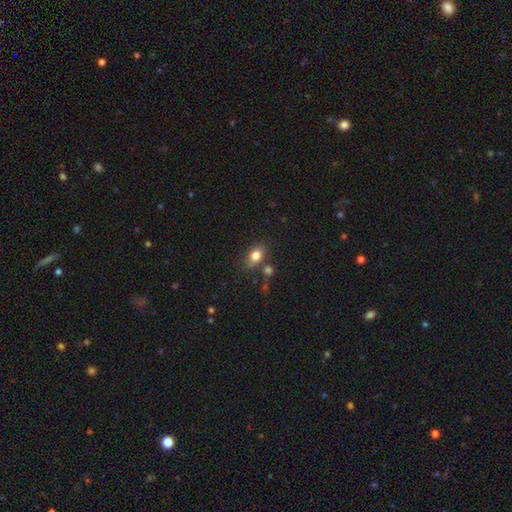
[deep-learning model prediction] Smooth or featured?
  - smooth: 81% *
  - star or artifact: 10%
  - featured or disk: 10%
How rounded?
  - in between: 75% *
  - round: 23%
  - cigar-shaped: 2%
Merging?
  - none: 68% *
  - minor disturbance: 14%
  - merger: 13%
  - major disturbance: 4%